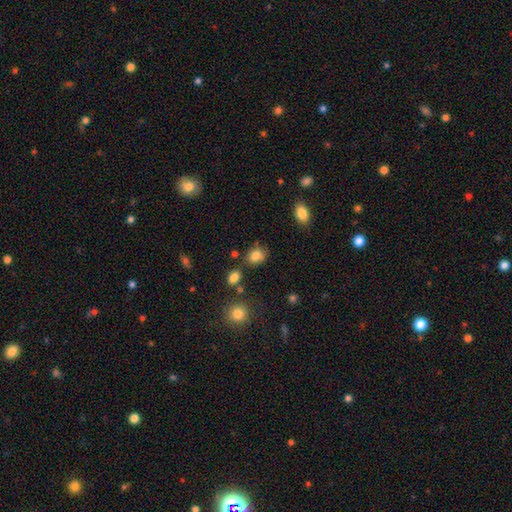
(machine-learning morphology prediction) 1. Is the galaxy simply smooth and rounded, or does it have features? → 82% smooth, 11% star or artifact, 8% featured or disk.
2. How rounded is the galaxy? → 52% round, 47% in between, 1% cigar-shaped.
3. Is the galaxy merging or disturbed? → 74% none, 15% minor disturbance, 7% merger, 4% major disturbance.